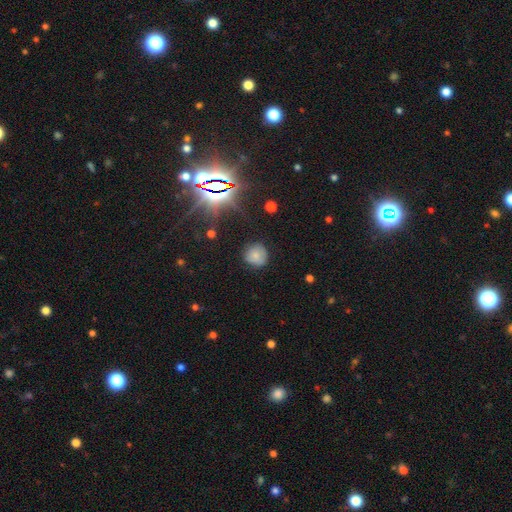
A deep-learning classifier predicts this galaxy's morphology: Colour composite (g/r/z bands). It shows a smooth galaxy with no disk features (74%) that is round (90%). Merging: none (81%).